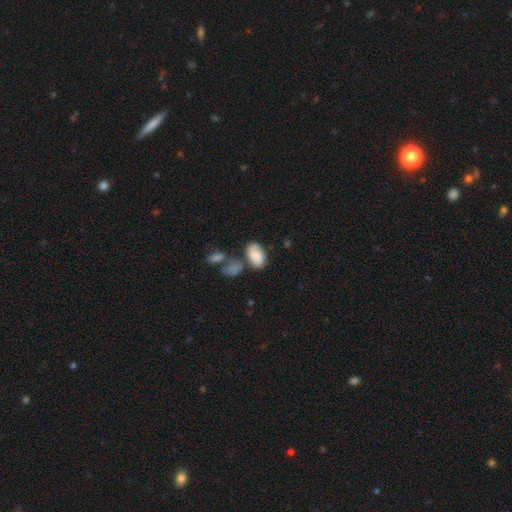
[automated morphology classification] Smooth or featured? Predicted: smooth (p=0.83). How rounded? Predicted: in between (p=0.93). Merging? Predicted: none (p=0.53).